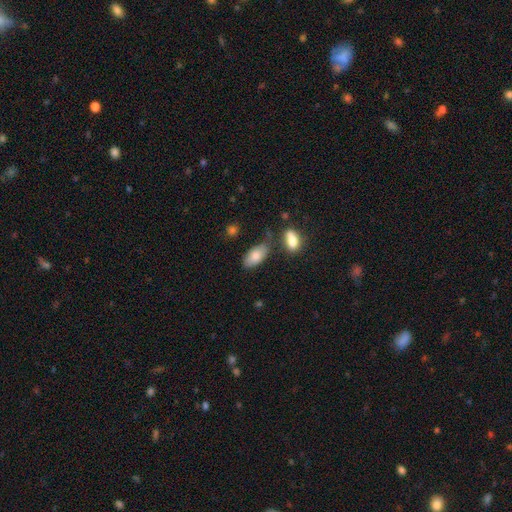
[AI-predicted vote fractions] smooth_or_featured: smooth (p=0.80) [alt: featured or disk p=0.13]
how_rounded: in between (p=0.93) [alt: cigar-shaped p=0.04]
merging: none (p=0.67) [alt: minor disturbance p=0.19]